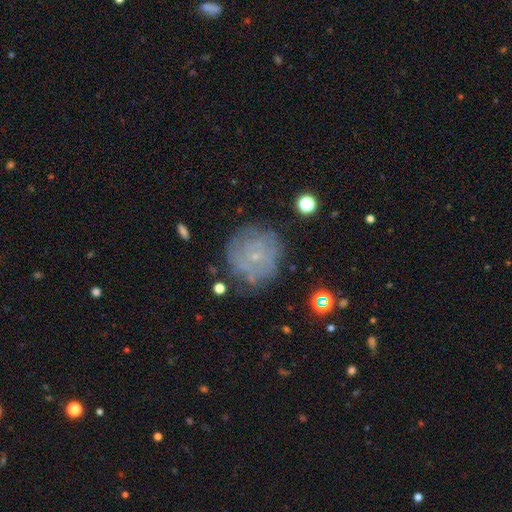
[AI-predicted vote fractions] A featured or disk galaxy (52%) with no bar (81%), spiral arms (69%) and a small central bulge (85%). Merging: none (76%).